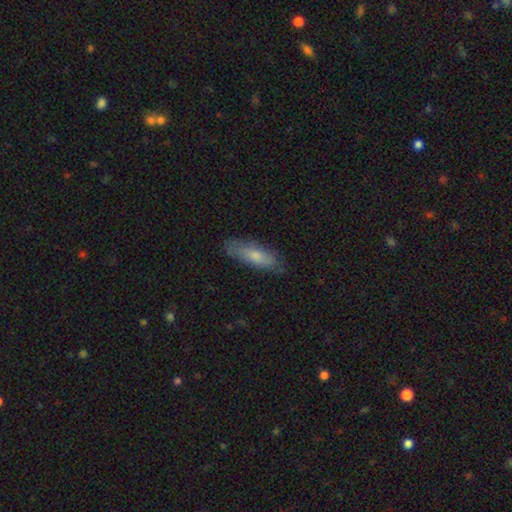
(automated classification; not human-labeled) Smooth or featured: smooth — 70% (featured or disk — 24%)
How rounded: in between — 51% (cigar-shaped — 47%)
Merging: none — 75% (minor disturbance — 19%)